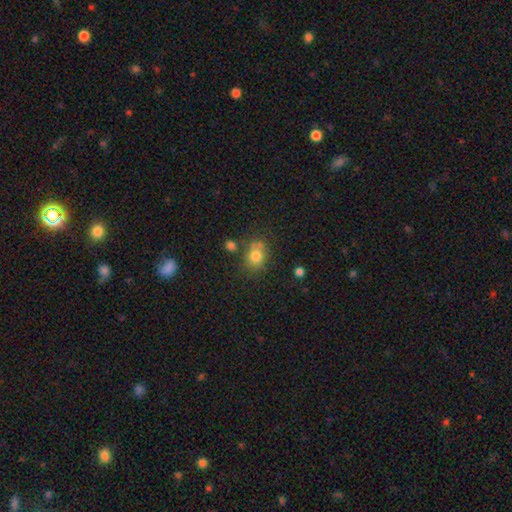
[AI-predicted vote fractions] Smooth or featured? smooth (78%)
How rounded? round (55%)
Merging? none (64%)